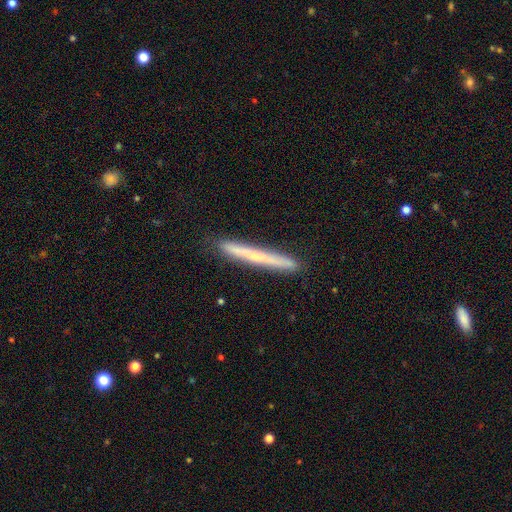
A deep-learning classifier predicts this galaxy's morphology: This is possibly a featured or disk galaxy (54%). It is clearly viewed edge-on (96%). Edge-on bulge: possibly none (57%). Merging: clearly none (90%).